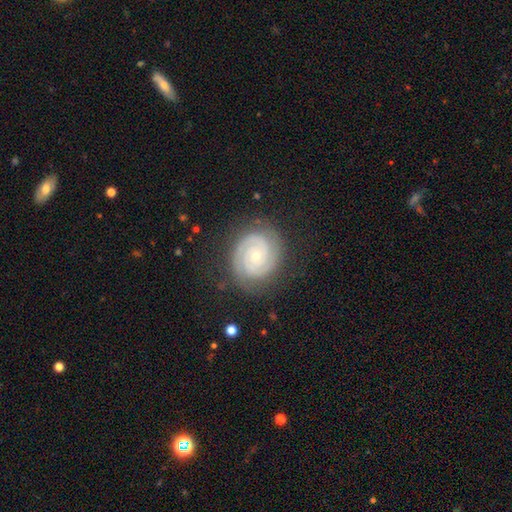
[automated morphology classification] Overall: featured or disk (88%). Edge-on disk: no (98%). Bar: no (69%). Spiral arms: yes (98%). Spiral arm count: 2 (82%). Spiral winding: tight (80%). Bulge size: small (69%). Merging: none (83%).